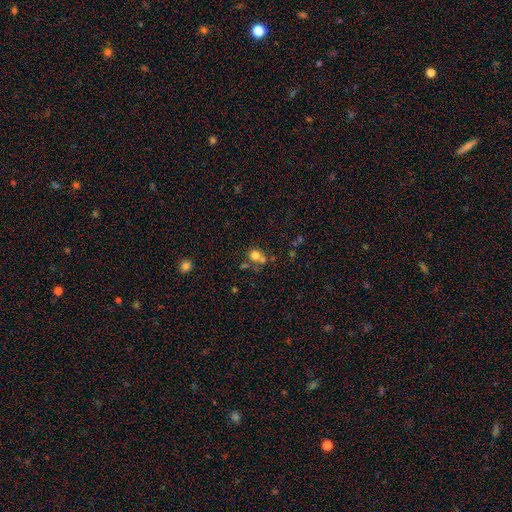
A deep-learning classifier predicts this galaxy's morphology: smooth 73%, star or artifact 15%, featured or disk 12%. Down the decision tree: how rounded — round (79%); merging — none (50%).